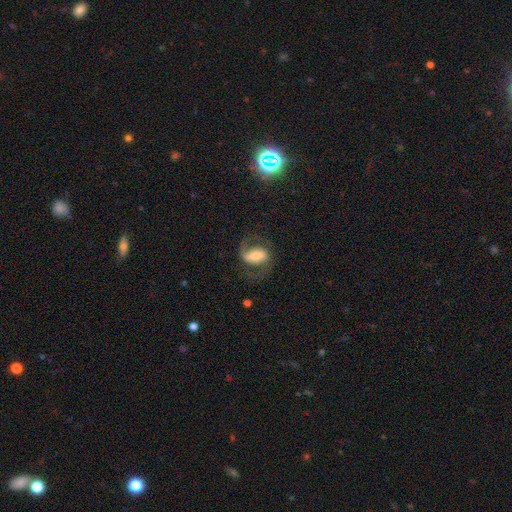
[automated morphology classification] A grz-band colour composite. It shows a featured or disk galaxy (77%) with a strong bar (49%), 2 (90%) medium (53%) spiral arms (93%) and a moderate central bulge (41%). Merging: none (68%).